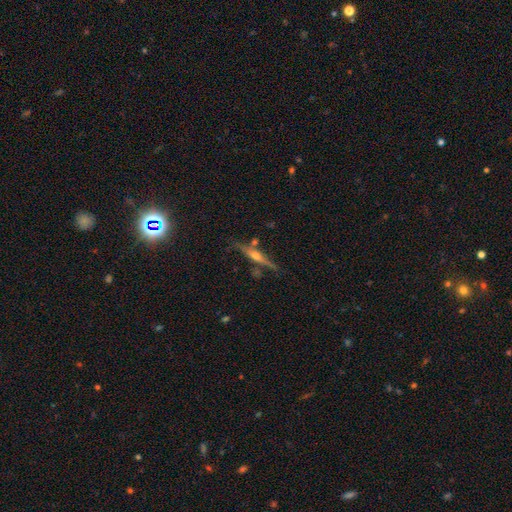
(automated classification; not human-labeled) Smooth or featured? featured or disk (76%)
Edge-on disk? yes (97%)
Edge-on bulge? rounded (89%)
Merging? none (78%)